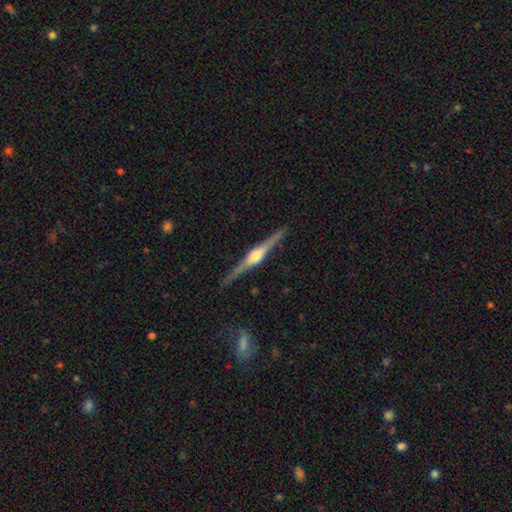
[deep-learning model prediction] smooth_or_featured: featured or disk (p=0.86) [alt: smooth p=0.09]
disk_edge_on: yes (p=0.98) [alt: no p=0.02]
edge_on_bulge: rounded (p=0.89) [alt: boxy p=0.09]
merging: none (p=0.89) [alt: minor disturbance p=0.08]